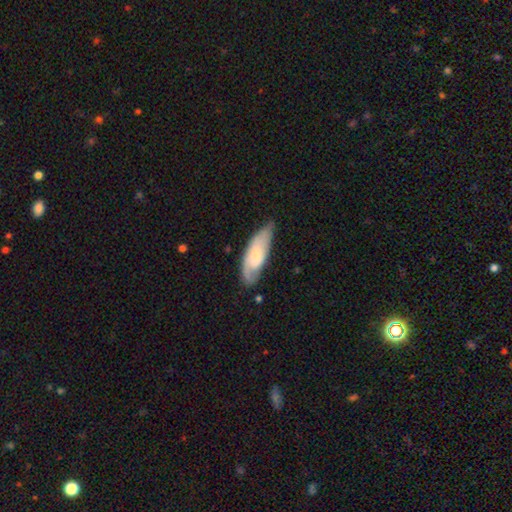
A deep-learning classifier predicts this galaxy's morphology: A featured or disk galaxy (48%).

Vote fractions:
- Smooth or featured? featured or disk: 48% / smooth: 47% / star or artifact: 6%
- Merging? none: 59% / minor disturbance: 30% / major disturbance: 9% / merger: 2%